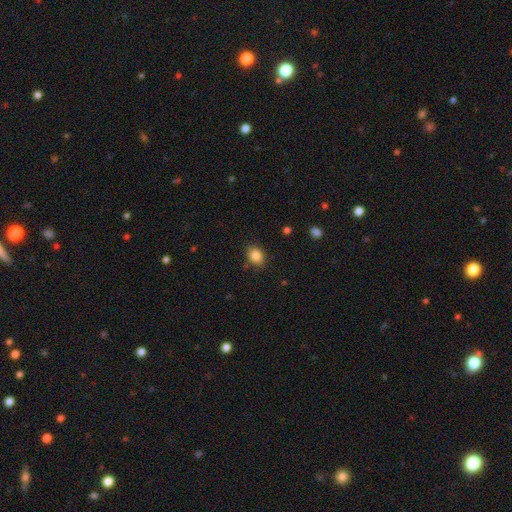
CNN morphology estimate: Smooth or featured? smooth (85%)
How rounded? in between (51%)
Merging? none (85%)